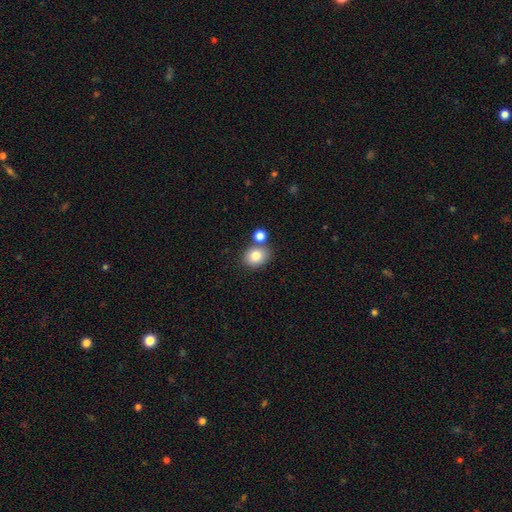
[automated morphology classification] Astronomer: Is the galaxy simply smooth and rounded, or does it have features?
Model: smooth — 81%.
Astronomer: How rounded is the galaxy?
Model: round — 60% (runner-up: in between, 39%).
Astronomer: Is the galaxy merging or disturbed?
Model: none — 66%.